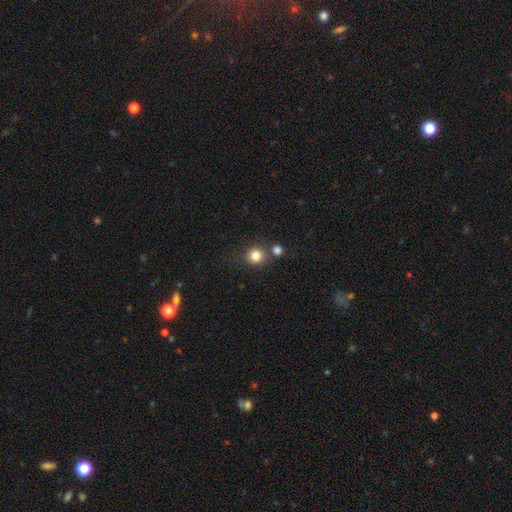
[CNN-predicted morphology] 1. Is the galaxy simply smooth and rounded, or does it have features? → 81% smooth, 12% star or artifact, 6% featured or disk.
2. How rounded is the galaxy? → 89% round, 10% in between, 1% cigar-shaped.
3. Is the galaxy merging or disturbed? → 70% none, 18% merger, 9% minor disturbance, 3% major disturbance.